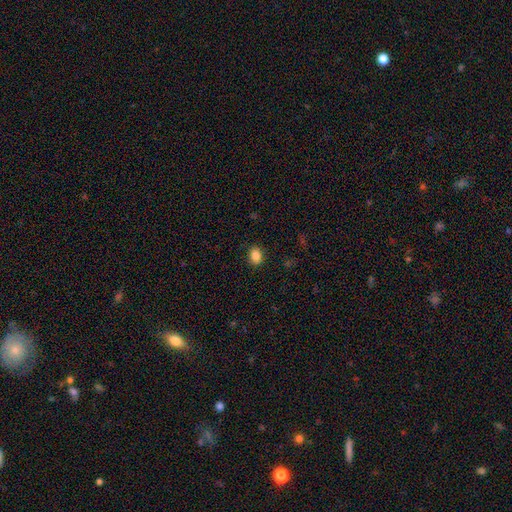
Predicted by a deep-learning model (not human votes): A smooth galaxy with no disk features (86%) that is in between round and cigar-shaped (65%). Merging: none (88%).